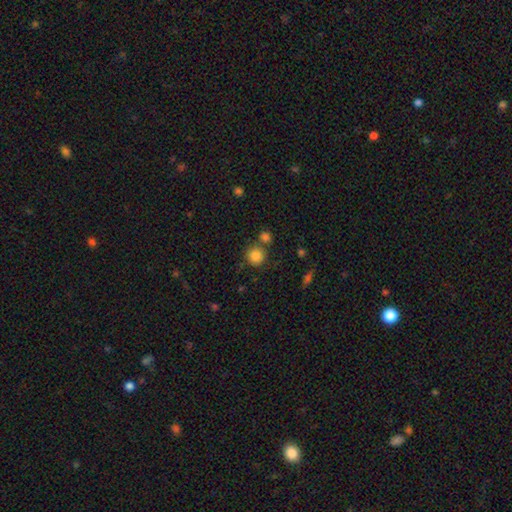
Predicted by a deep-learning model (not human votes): The model was most divided on "merging": none: 69%, merger: 18%, minor disturbance: 9%, major disturbance: 3%. More confident: how rounded — round (91%); smooth or featured — smooth (84%).